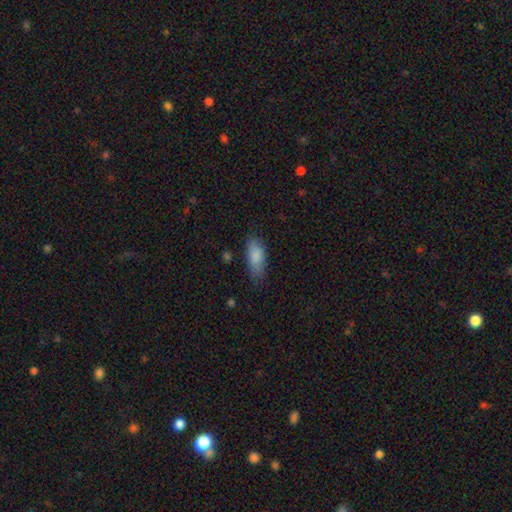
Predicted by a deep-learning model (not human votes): This appears to be a smooth galaxy with no disk features (84%) that is in between round and cigar-shaped (79%). Merging: none (68%).